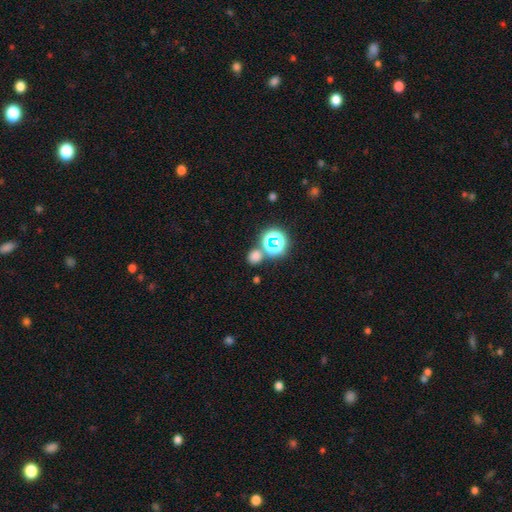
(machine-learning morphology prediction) smooth-or-featured: smooth: 64% | star or artifact: 30% | featured or disk: 6%
  how-rounded: round: 80% | in between: 19% | cigar-shaped: 1%
  merging: none: 71% | merger: 17% | minor disturbance: 8% | major disturbance: 4%